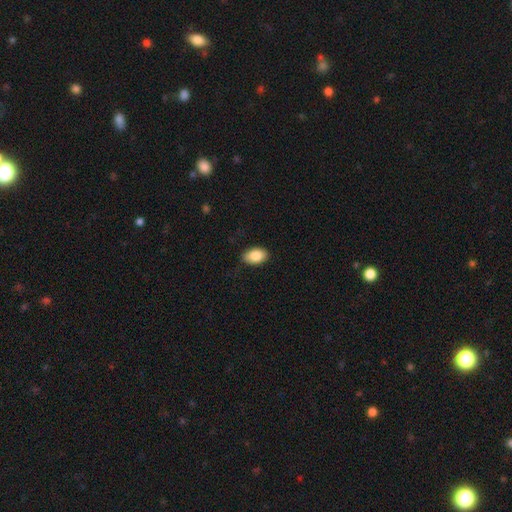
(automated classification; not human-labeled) Morphology: type=smooth (86%); roundness=in between (90%); merging=none (84%).